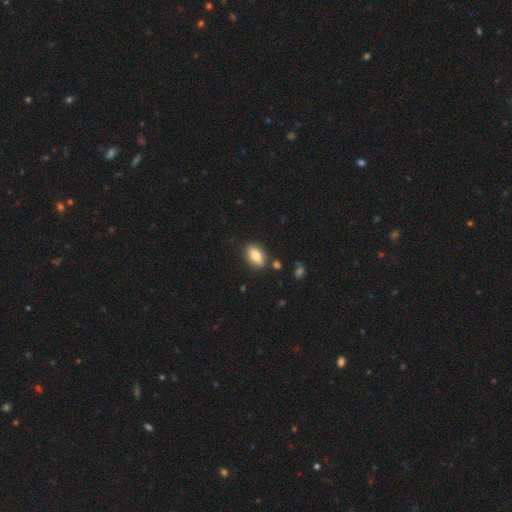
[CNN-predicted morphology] The model was most divided on "smooth or featured": smooth: 75%, featured or disk: 17%, star or artifact: 7%. More confident: merging — none (84%); how rounded — in between (84%).